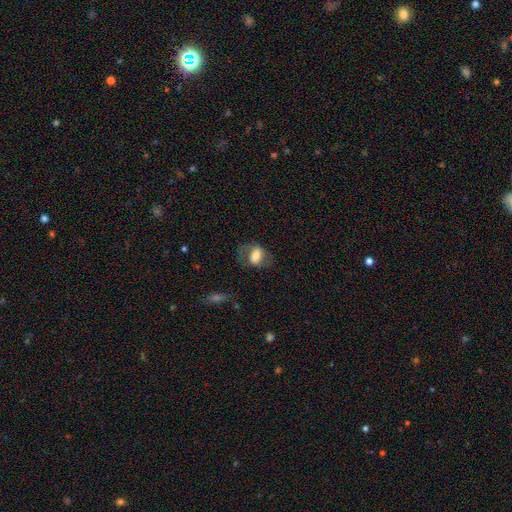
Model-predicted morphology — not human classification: This is likely a smooth galaxy (61%). How rounded: likely in between (79%). Merging: possibly none (60%).